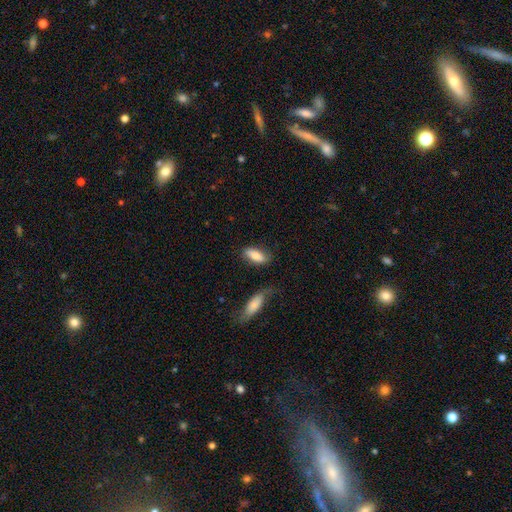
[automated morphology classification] Smooth or featured? Predicted: smooth (p=0.75). How rounded? Predicted: in between (p=0.81). Merging? Predicted: none (p=0.70).